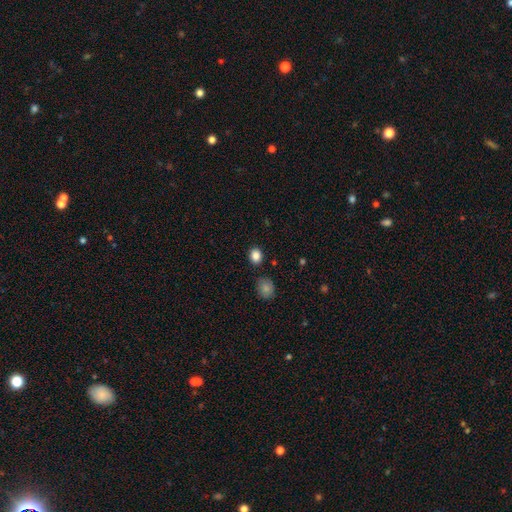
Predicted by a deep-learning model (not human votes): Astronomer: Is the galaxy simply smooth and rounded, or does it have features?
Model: smooth — 85%.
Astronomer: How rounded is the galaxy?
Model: round — 60% (runner-up: in between, 39%).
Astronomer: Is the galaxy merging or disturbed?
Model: none — 83%.